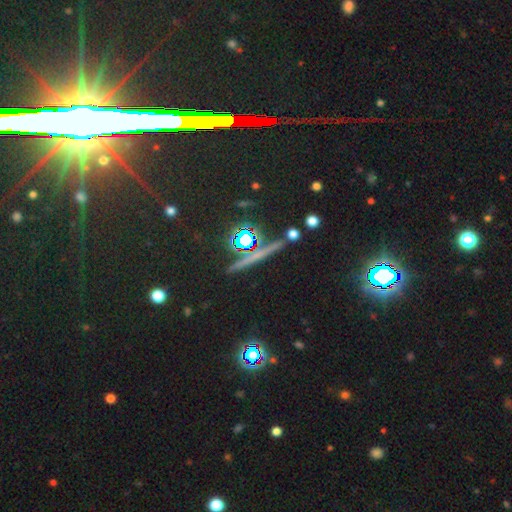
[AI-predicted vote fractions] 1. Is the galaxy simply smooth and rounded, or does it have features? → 54% star or artifact, 25% featured or disk, 21% smooth.